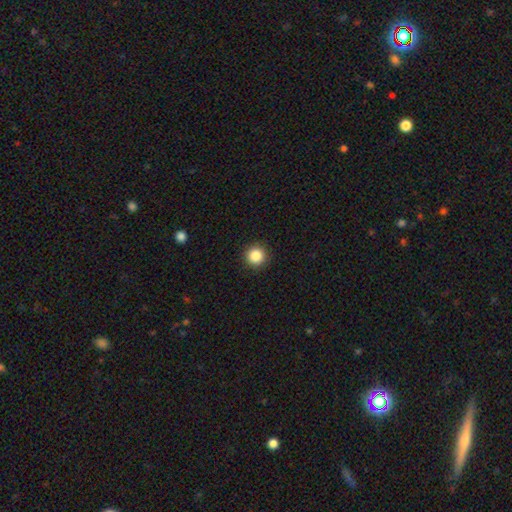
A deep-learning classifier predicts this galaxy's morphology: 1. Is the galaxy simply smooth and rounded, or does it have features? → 86% smooth, 10% star or artifact, 4% featured or disk.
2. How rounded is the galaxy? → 96% round, 3% in between, 1% cigar-shaped.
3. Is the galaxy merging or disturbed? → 93% none, 5% minor disturbance, 2% major disturbance, 1% merger.